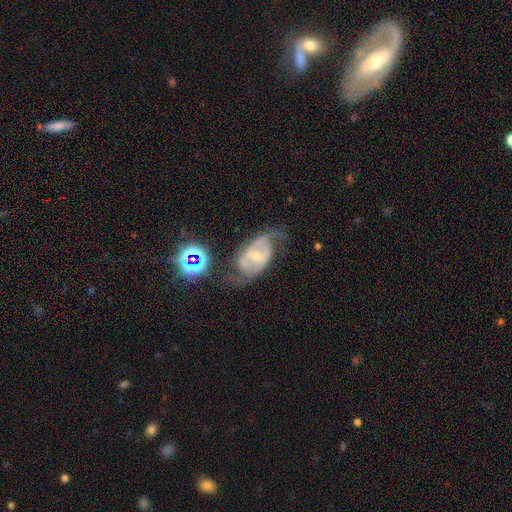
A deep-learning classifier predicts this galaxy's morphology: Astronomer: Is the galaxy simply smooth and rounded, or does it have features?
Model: featured or disk — 74%.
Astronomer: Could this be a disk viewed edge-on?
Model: no — 94%.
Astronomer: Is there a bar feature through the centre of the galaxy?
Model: weak — 46% (runner-up: no, 31%).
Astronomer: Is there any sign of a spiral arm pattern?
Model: yes — 81%.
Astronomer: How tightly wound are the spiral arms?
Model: medium — 48% (runner-up: loose, 28%).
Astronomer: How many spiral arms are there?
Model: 2 — 73%.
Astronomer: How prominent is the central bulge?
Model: small — 53% (runner-up: moderate, 39%).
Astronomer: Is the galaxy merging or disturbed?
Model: none — 48% (runner-up: minor disturbance, 25%).